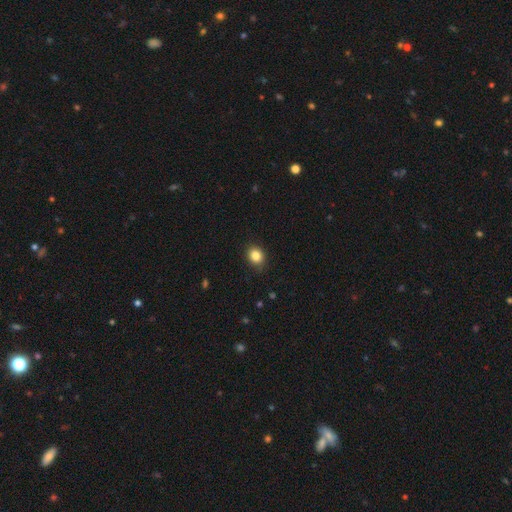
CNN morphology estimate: Smooth or featured?
  - smooth: 85% *
  - star or artifact: 10%
  - featured or disk: 5%
How rounded?
  - round: 63% *
  - in between: 36%
  - cigar-shaped: 1%
Merging?
  - none: 86% *
  - minor disturbance: 11%
  - major disturbance: 2%
  - merger: 1%